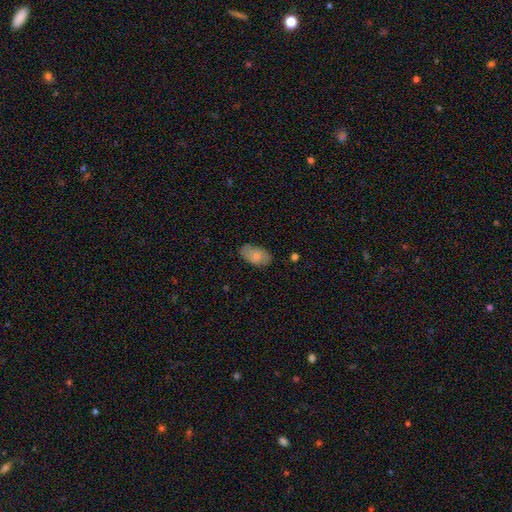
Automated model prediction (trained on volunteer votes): smooth-or-featured: smooth: 73% | featured or disk: 20% | star or artifact: 7%
  how-rounded: in between: 93% | round: 5% | cigar-shaped: 2%
  merging: none: 73% | minor disturbance: 20% | major disturbance: 5% | merger: 1%